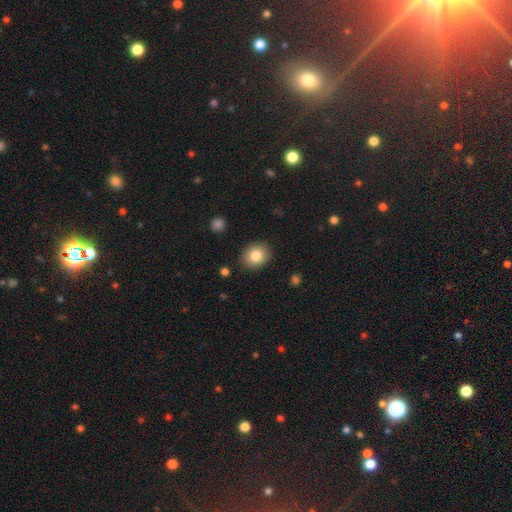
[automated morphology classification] Overall: smooth (83%). How rounded: round (55%; in between 44%). Merging: none (88%).